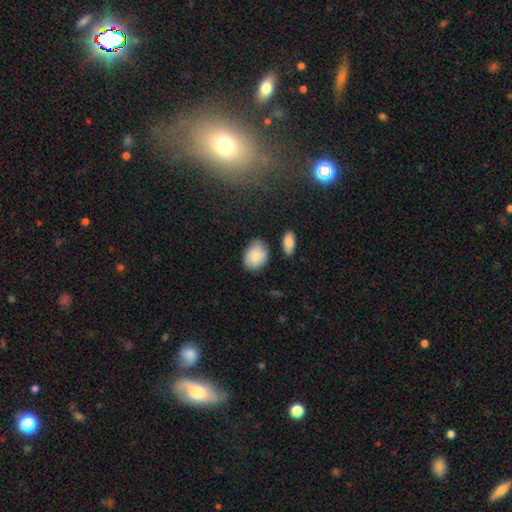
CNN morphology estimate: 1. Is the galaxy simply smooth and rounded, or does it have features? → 82% smooth, 11% featured or disk, 7% star or artifact.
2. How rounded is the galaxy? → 71% in between, 28% round, 1% cigar-shaped.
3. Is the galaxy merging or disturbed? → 70% none, 20% minor disturbance, 5% merger, 4% major disturbance.